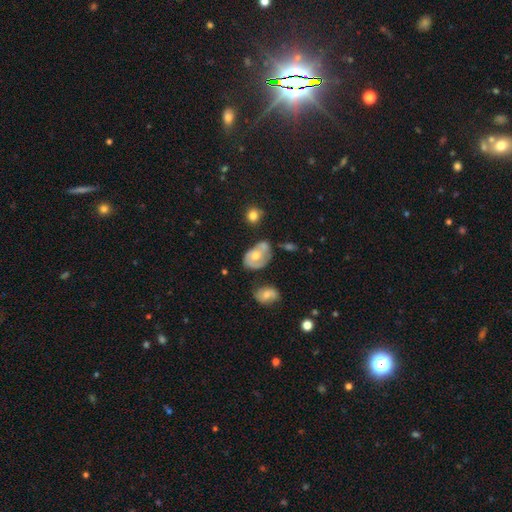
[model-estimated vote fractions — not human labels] A featured or disk galaxy (54%) with no bar (79%), spiral arms (57%) and a moderate central bulge (72%). Merging: none (35%).